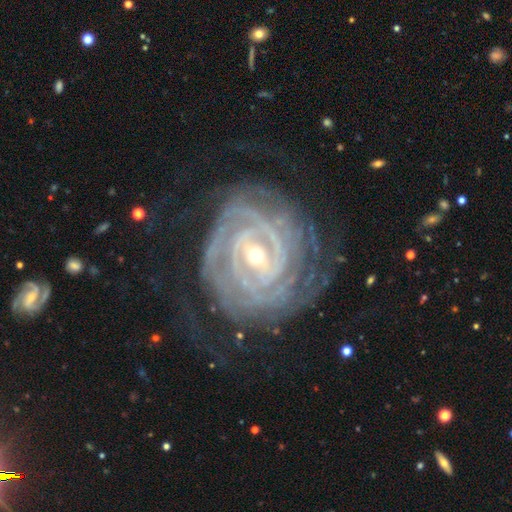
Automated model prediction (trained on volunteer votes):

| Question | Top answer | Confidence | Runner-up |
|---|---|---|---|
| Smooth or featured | featured or disk | 92% | star or artifact (5%) |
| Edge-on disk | no | 97% | yes (3%) |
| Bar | weak | 40% | strong (32%) |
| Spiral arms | yes | 98% | no (2%) |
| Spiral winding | tight | 86% | medium (11%) |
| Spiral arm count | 2 | 29% | can't tell (21%) |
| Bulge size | small | 59% | moderate (38%) |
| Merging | none | 73% | minor disturbance (17%) |